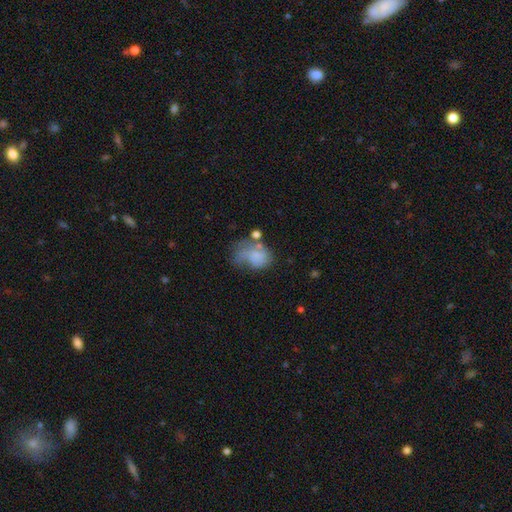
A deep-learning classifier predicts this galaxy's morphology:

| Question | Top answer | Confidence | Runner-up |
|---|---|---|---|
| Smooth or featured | smooth | 57% | featured or disk (32%) |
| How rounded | in between | 64% | round (34%) |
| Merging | major disturbance | 40% | minor disturbance (25%) |